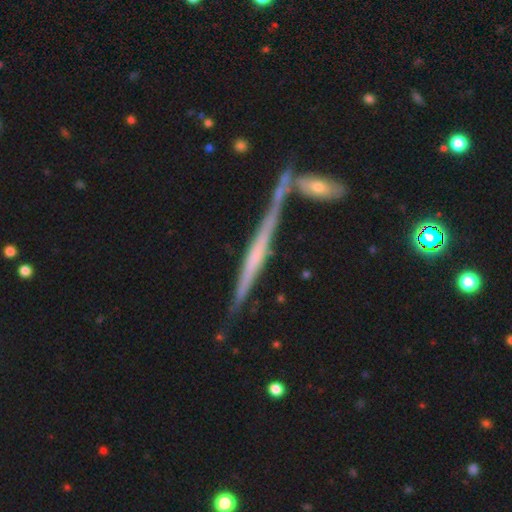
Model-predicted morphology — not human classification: featured or disk 66%, smooth 27%, star or artifact 6%. Down the decision tree: edge-on disk — yes (96%); edge-on bulge — none (68%); merging — none (75%).